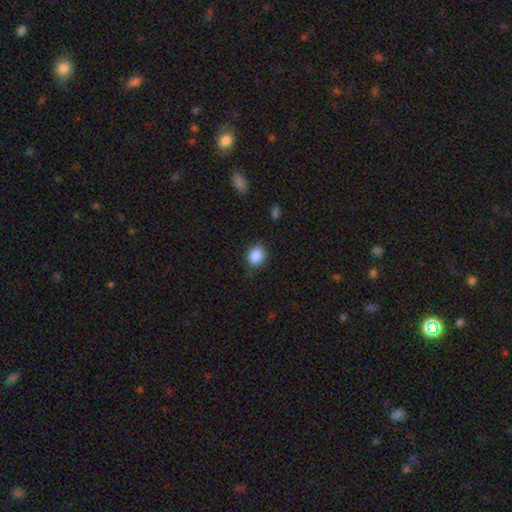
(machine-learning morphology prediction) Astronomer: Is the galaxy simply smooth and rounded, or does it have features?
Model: smooth — 88%.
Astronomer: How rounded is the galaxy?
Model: round — 60% (runner-up: in between, 39%).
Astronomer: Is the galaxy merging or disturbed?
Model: none — 83%.